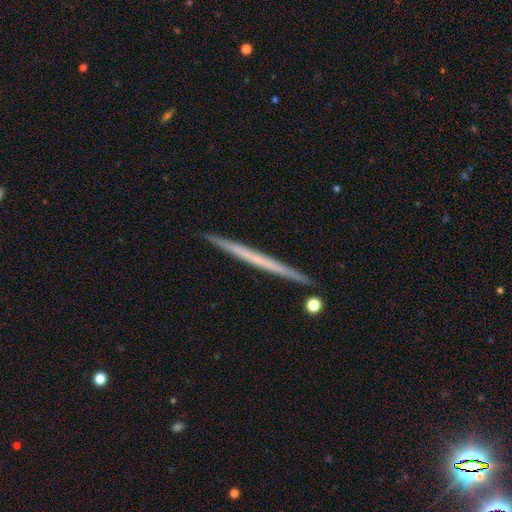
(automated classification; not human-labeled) featured or disk 55%, smooth 39%, star or artifact 6%. Down the decision tree: edge-on disk — yes (98%); edge-on bulge — none (91%); merging — none (91%).